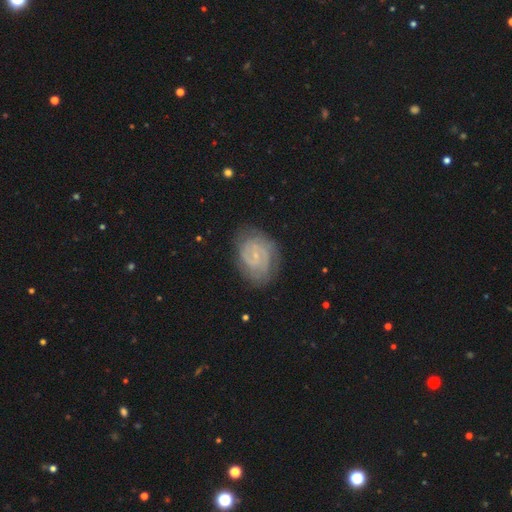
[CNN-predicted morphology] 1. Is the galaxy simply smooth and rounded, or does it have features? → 77% featured or disk, 16% smooth, 7% star or artifact.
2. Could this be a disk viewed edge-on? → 98% no, 2% yes.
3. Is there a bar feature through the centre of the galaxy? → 48% no, 43% weak, 9% strong.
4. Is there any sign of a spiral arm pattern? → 93% yes, 7% no.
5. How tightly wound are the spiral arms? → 58% tight, 33% medium, 9% loose.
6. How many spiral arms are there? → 53% 2, 25% can't tell, 10% 3, 4% 4, 4% 1, 4% more than 4.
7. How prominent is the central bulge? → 79% small, 10% moderate, 9% none, 1% large, 1% dominant.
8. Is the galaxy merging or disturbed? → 76% none, 17% minor disturbance, 6% major disturbance, 1% merger.